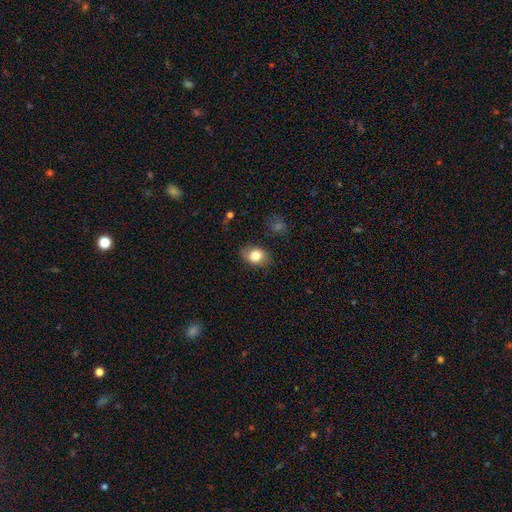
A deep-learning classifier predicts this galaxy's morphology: This appears to be a smooth galaxy with no disk features (79%) that is in between round and cigar-shaped (70%). Merging: none (80%).